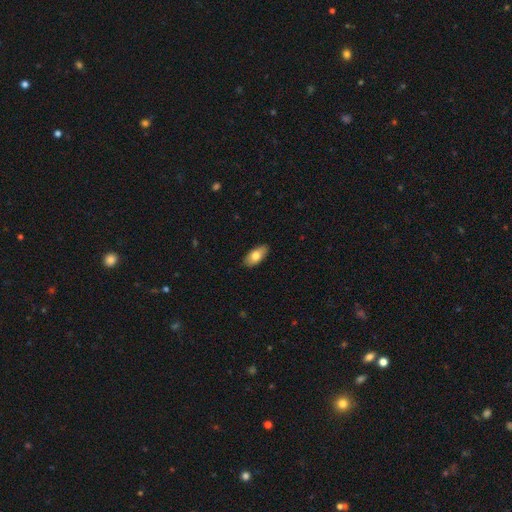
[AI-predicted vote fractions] A smooth galaxy with no disk features (77%) that is in between round and cigar-shaped (90%).

Vote fractions:
- Smooth or featured? smooth: 77% / featured or disk: 17% / star or artifact: 6%
- How rounded? in between: 90% / cigar-shaped: 7% / round: 3%
- Merging? none: 87% / minor disturbance: 10% / major disturbance: 2% / merger: 1%